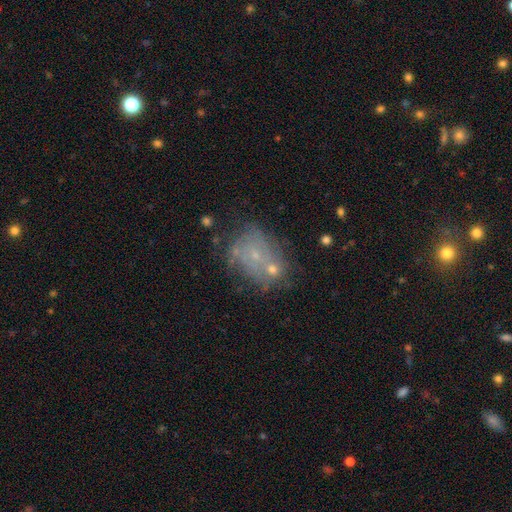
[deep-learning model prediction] Smooth or featured? featured or disk (47%)
Merging? none (49%)